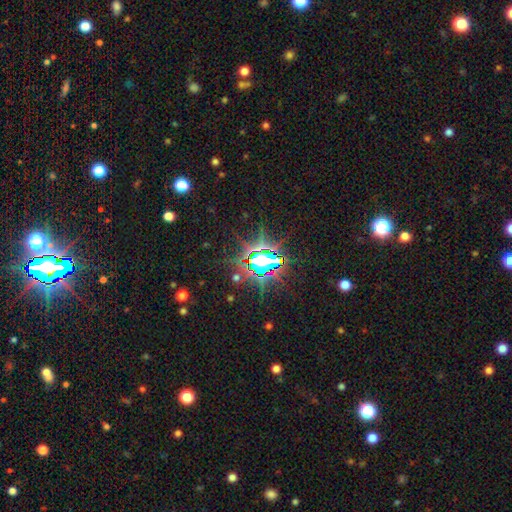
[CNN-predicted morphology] smooth-or-featured: star or artifact: 77% | smooth: 13% | featured or disk: 10%